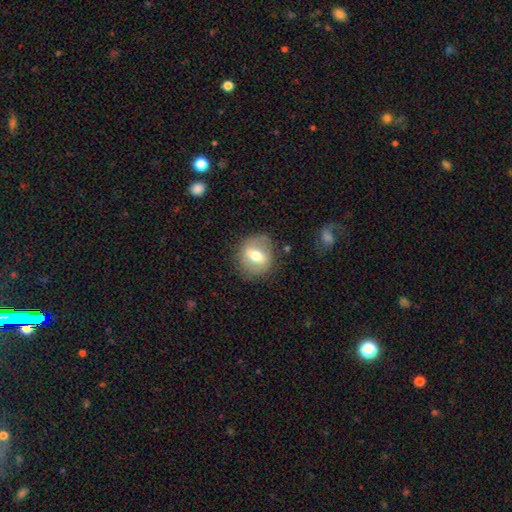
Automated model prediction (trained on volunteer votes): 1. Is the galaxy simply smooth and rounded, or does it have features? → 54% smooth, 38% featured or disk, 8% star or artifact.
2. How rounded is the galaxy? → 72% round, 27% in between, 1% cigar-shaped.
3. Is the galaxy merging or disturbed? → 80% none, 13% minor disturbance, 5% major disturbance, 2% merger.